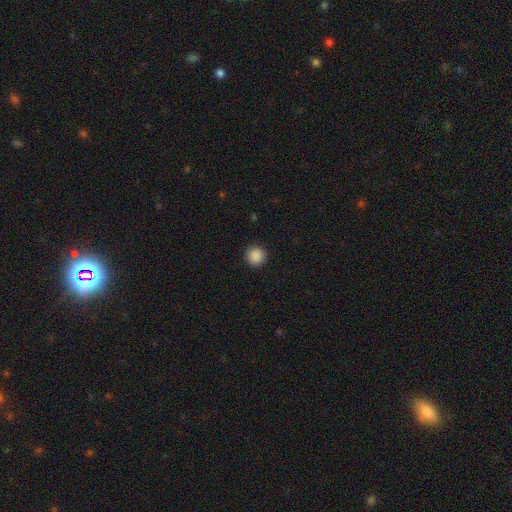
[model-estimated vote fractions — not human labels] smooth-or-featured: smooth: 88% | star or artifact: 9% | featured or disk: 3%
  how-rounded: round: 95% | in between: 4% | cigar-shaped: 1%
  merging: none: 92% | minor disturbance: 6% | major disturbance: 2% | merger: 1%